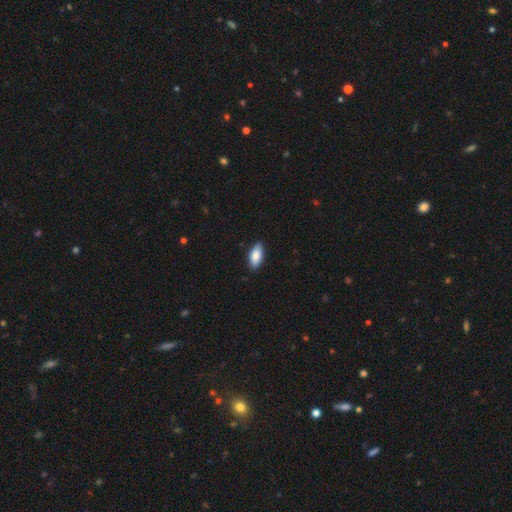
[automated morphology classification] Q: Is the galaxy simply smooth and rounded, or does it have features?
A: smooth — 83%.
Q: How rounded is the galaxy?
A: in between — 88%.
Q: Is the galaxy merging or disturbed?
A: none — 88%.